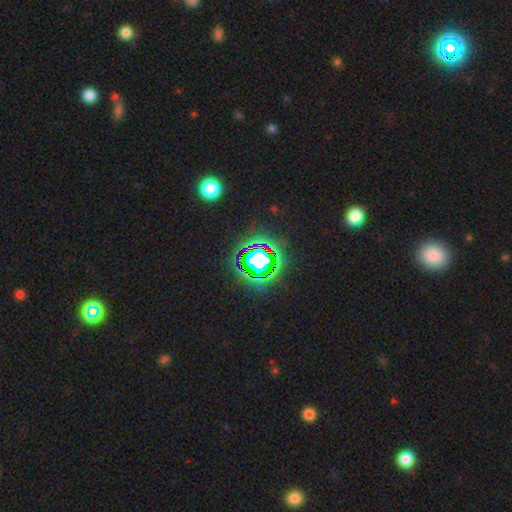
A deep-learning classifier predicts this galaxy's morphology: Q: Smooth or featured?
A: star or artifact (77%); runner-up: smooth (12%)